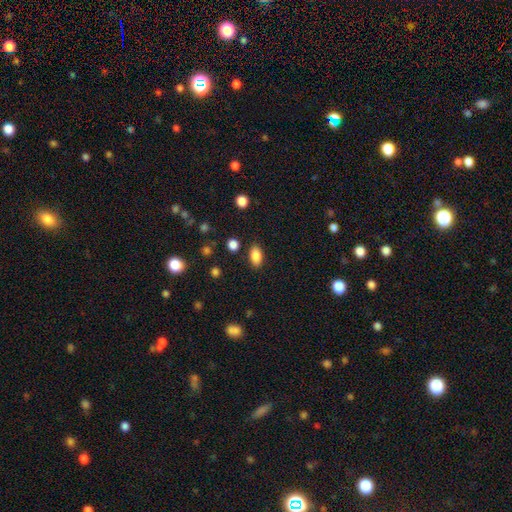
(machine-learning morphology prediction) This is clearly a smooth galaxy (85%). How rounded: clearly in between (88%). Merging: clearly none (85%).